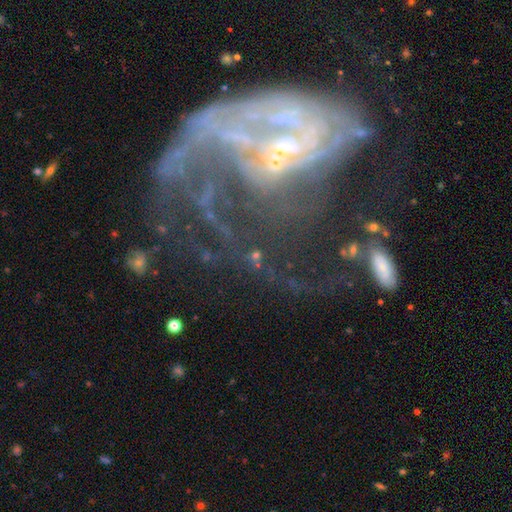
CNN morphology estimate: Smooth or featured? featured or disk (54%)
Edge-on disk? no (91%)
Merging? none (56%)